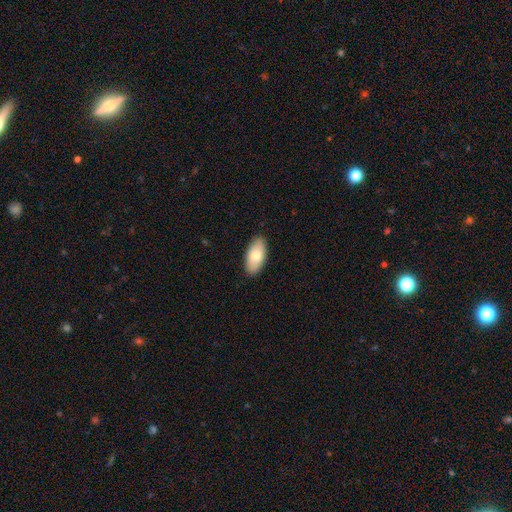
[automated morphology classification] smooth 78%, featured or disk 16%, star or artifact 6%. Down the decision tree: how rounded — in between (93%); merging — none (89%).